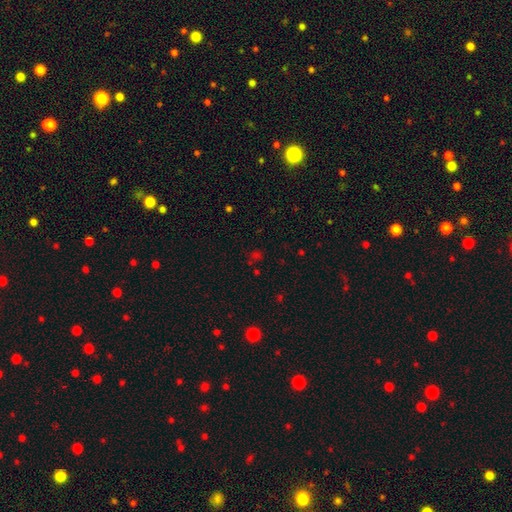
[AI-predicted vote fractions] smooth_or_featured: star or artifact (p=0.47) [alt: smooth p=0.46]